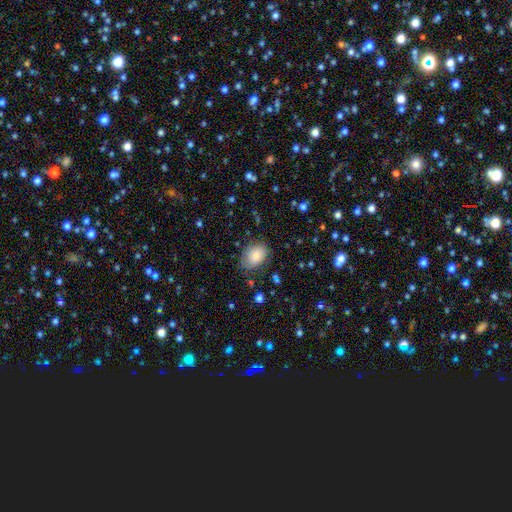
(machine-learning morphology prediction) Smooth or featured: smooth — 83% (featured or disk — 9%)
How rounded: in between — 79% (round — 20%)
Merging: none — 74% (minor disturbance — 19%)